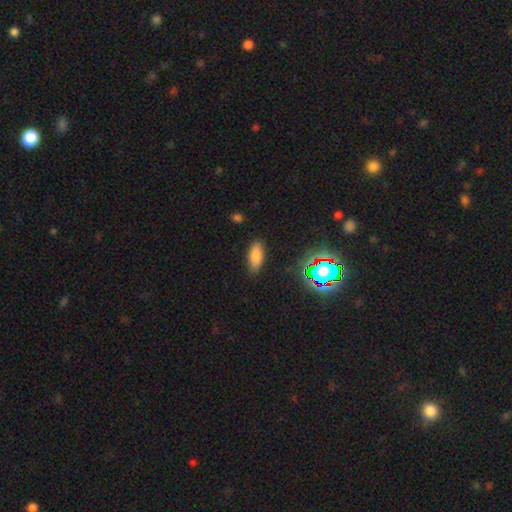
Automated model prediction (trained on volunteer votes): Smooth or featured?
  - smooth: 78% *
  - star or artifact: 12%
  - featured or disk: 10%
How rounded?
  - in between: 81% *
  - cigar-shaped: 16%
  - round: 3%
Merging?
  - none: 83% *
  - minor disturbance: 12%
  - major disturbance: 3%
  - merger: 1%